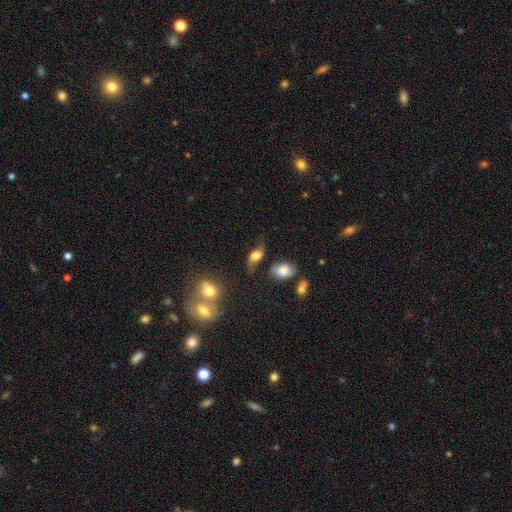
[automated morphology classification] smooth 51%, featured or disk 39%, star or artifact 10%. Down the decision tree: how rounded — in between (80%); merging — none (56%).